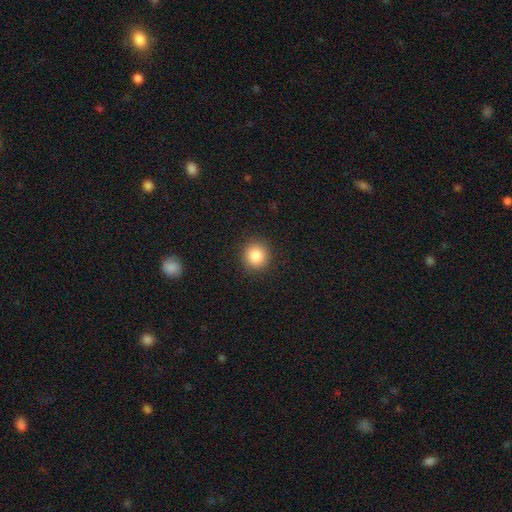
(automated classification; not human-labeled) Q: Smooth or featured?
A: smooth (85%); runner-up: star or artifact (10%)
Q: How rounded?
A: round (89%); runner-up: in between (10%)
Q: Merging?
A: none (91%); runner-up: minor disturbance (6%)